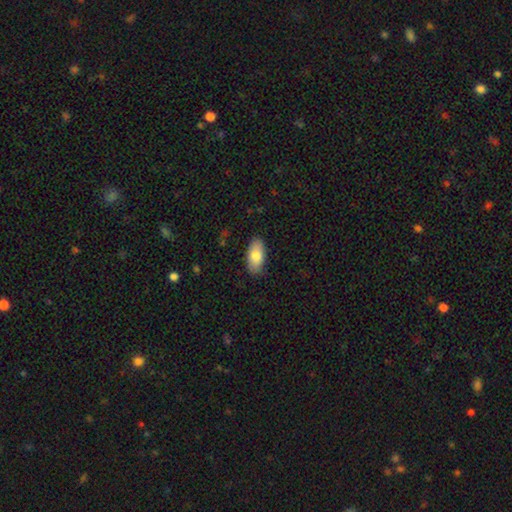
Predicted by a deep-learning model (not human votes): The model was most divided on "smooth or featured": smooth: 81%, featured or disk: 13%, star or artifact: 6%. More confident: how rounded — in between (92%); merging — none (87%).